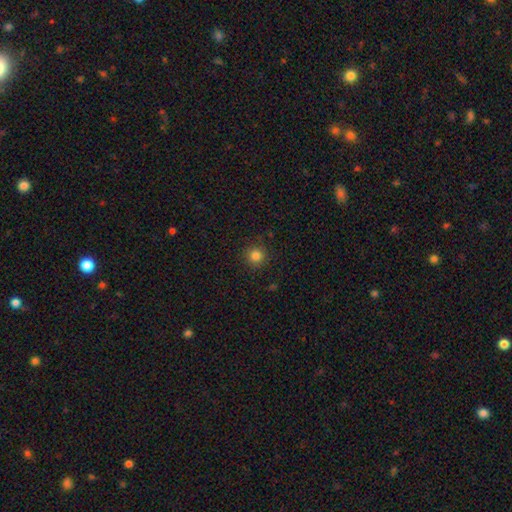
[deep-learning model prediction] smooth_or_featured: smooth (p=0.83) [alt: star or artifact p=0.13]
how_rounded: round (p=0.94) [alt: in between p=0.05]
merging: none (p=0.90) [alt: minor disturbance p=0.07]